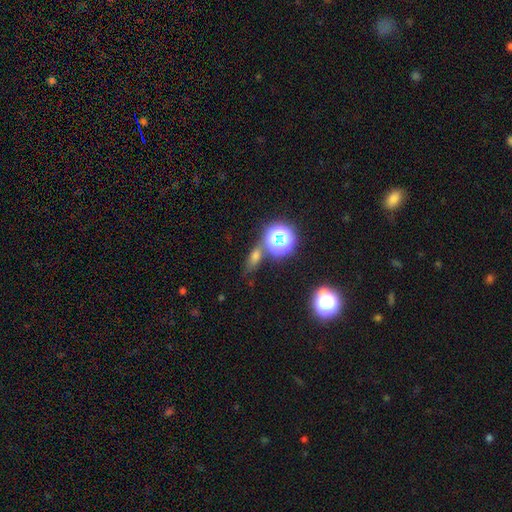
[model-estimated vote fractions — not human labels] This appears to be a smooth galaxy with no disk features (50%) that is in between round and cigar-shaped (50%). Merging: none (71%).